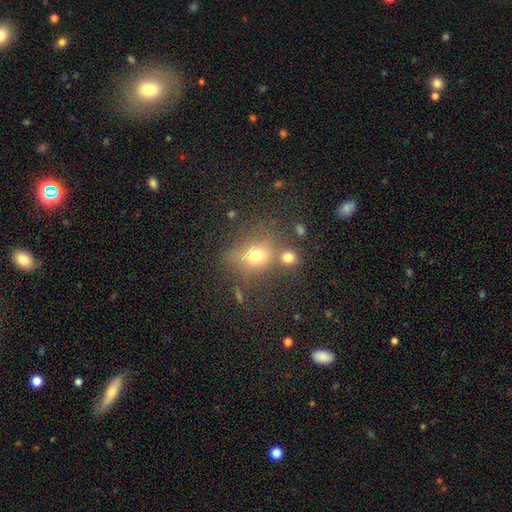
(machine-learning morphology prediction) A smooth galaxy with no disk features (68%) that is round (62%). Merging: none (57%).